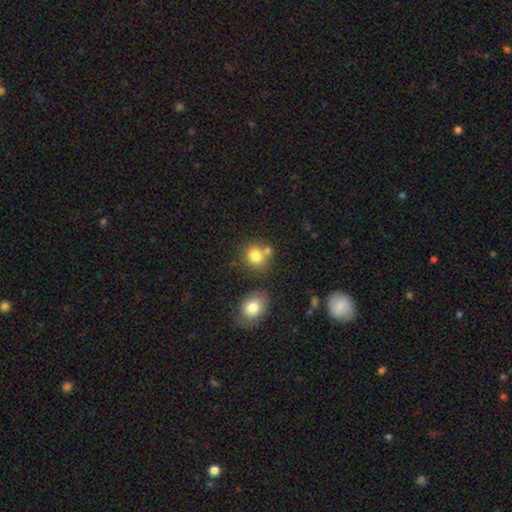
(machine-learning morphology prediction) The model was most divided on "merging": none: 63%, merger: 23%, minor disturbance: 10%, major disturbance: 4%. More confident: how rounded — round (82%); smooth or featured — smooth (81%).